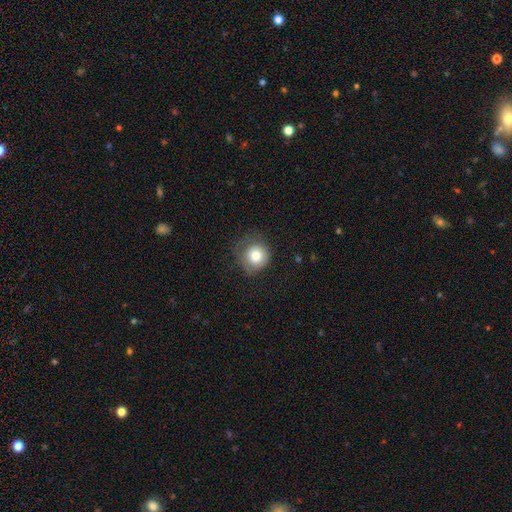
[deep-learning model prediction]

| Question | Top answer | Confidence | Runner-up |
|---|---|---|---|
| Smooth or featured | smooth | 79% | featured or disk (12%) |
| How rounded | round | 90% | in between (9%) |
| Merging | none | 61% | minor disturbance (25%) |